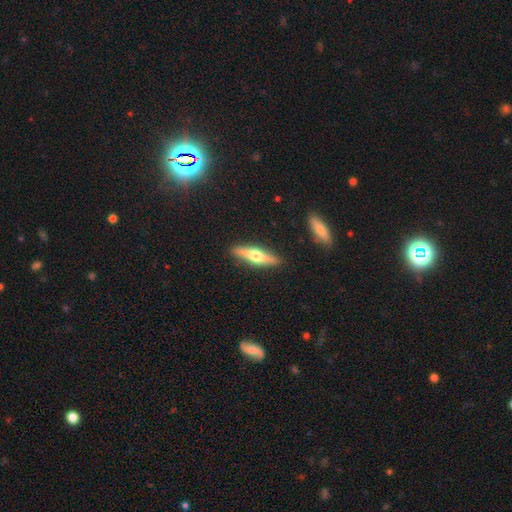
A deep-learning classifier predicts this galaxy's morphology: Smooth or featured?
  - featured or disk: 57% *
  - smooth: 37%
  - star or artifact: 6%
Edge-on disk?
  - yes: 94% *
  - no: 6%
Edge-on bulge?
  - rounded: 94% *
  - boxy: 3%
  - none: 3%
Merging?
  - none: 89% *
  - minor disturbance: 8%
  - major disturbance: 2%
  - merger: 2%